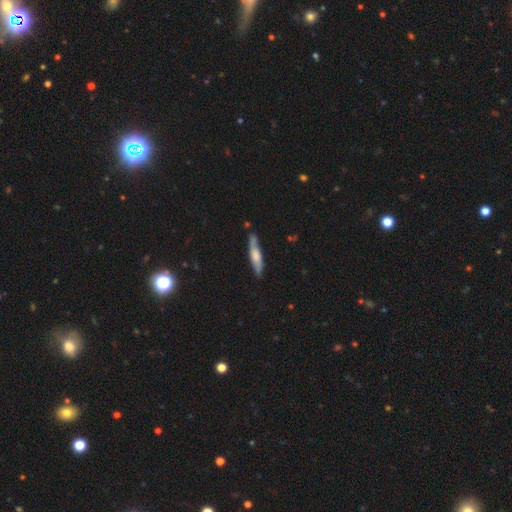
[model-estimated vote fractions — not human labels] Morphology: type=featured or disk (48%); merging=none (80%).